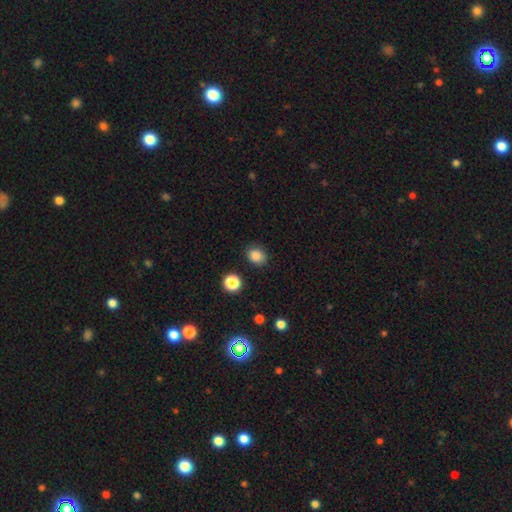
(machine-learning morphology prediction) A smooth galaxy with no disk features (85%) that is round (52%). Merging: none (84%).